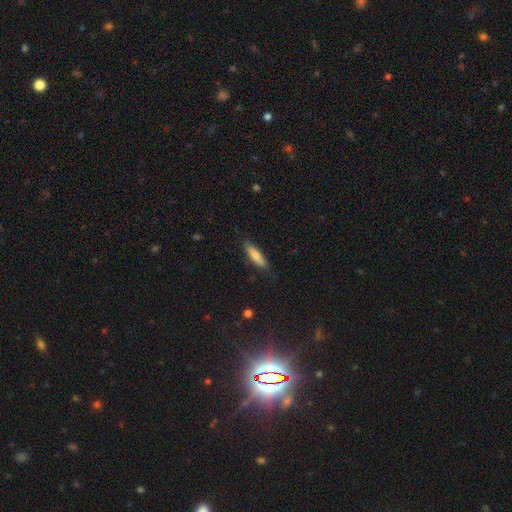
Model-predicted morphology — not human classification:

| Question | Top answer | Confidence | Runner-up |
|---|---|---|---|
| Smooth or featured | smooth | 75% | featured or disk (19%) |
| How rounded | cigar-shaped | 70% | in between (28%) |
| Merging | none | 82% | minor disturbance (14%) |